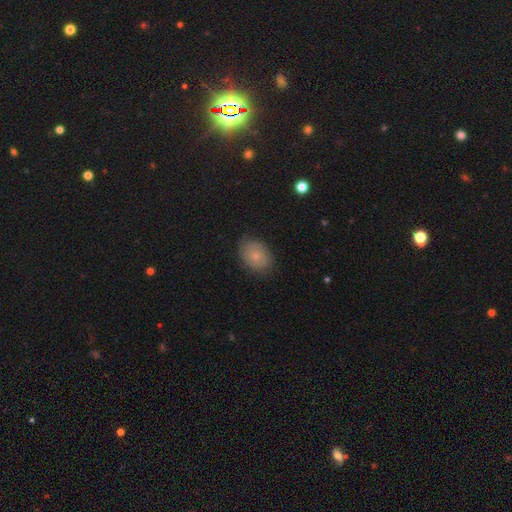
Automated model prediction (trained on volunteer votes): Q: Smooth or featured?
A: smooth (75%); runner-up: featured or disk (16%)
Q: How rounded?
A: in between (68%); runner-up: round (31%)
Q: Merging?
A: none (81%); runner-up: minor disturbance (15%)